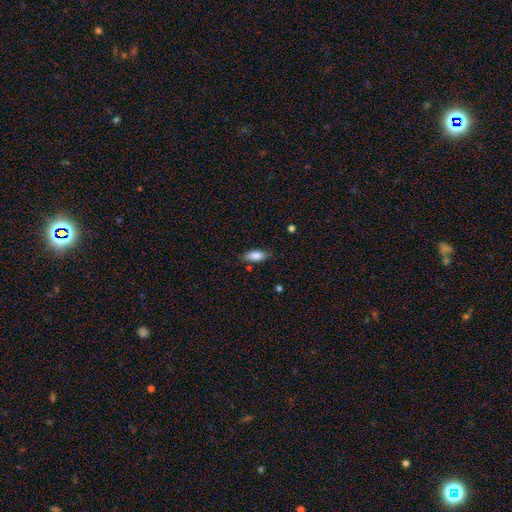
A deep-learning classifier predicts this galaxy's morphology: smooth_or_featured: smooth (p=0.85) [alt: featured or disk p=0.08]
how_rounded: in between (p=0.83) [alt: cigar-shaped p=0.15]
merging: none (p=0.79) [alt: minor disturbance p=0.16]